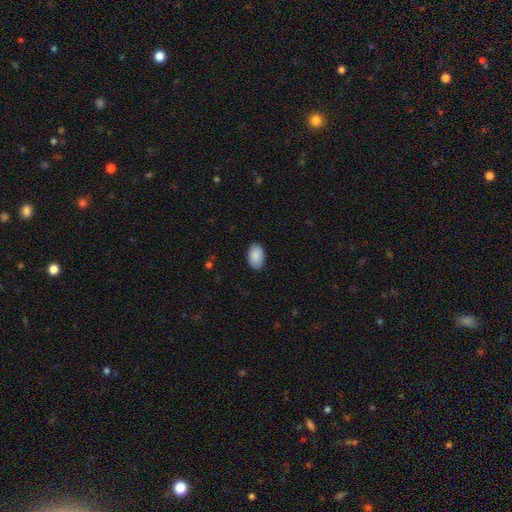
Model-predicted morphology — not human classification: This appears to be a smooth galaxy with no disk features (89%) that is in between round and cigar-shaped (93%). Merging: none (88%).